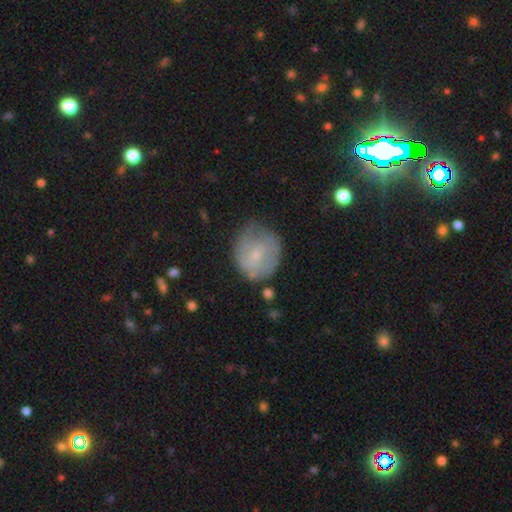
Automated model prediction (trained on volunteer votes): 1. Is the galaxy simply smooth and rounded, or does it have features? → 57% smooth, 35% featured or disk, 8% star or artifact.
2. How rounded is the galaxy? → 71% round, 28% in between, 1% cigar-shaped.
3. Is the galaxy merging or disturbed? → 55% none, 31% minor disturbance, 12% major disturbance, 3% merger.